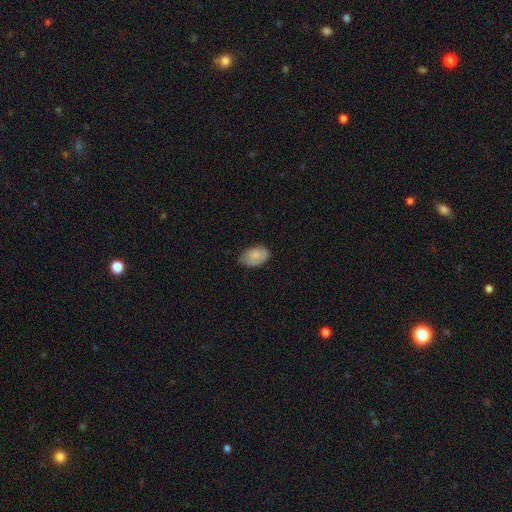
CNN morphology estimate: Smooth or featured? smooth (84%)
How rounded? in between (90%)
Merging? none (68%)